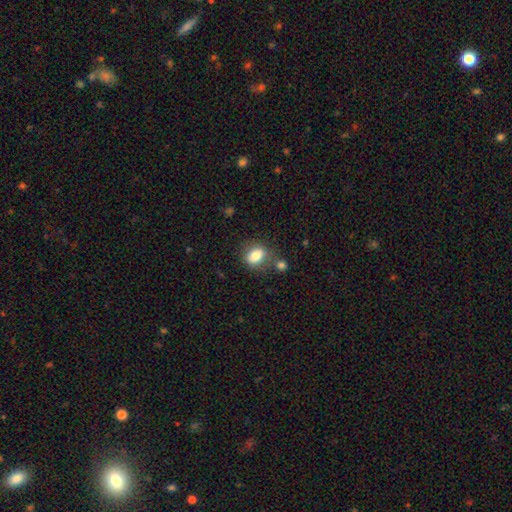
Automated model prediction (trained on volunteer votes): smooth 80%, featured or disk 11%, star or artifact 9%. Down the decision tree: how rounded — in between (64%); merging — none (68%).